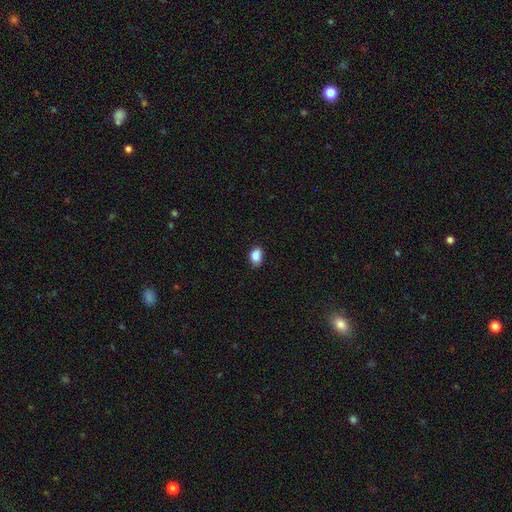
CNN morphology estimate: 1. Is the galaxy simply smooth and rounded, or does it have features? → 88% smooth, 9% star or artifact, 4% featured or disk.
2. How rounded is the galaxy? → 82% in between, 16% round, 1% cigar-shaped.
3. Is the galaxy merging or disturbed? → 83% none, 14% minor disturbance, 2% major disturbance, 1% merger.